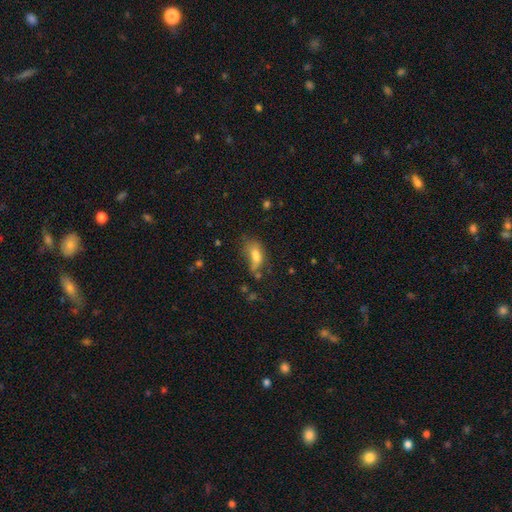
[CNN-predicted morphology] Overall: smooth (68%). How rounded: in between (82%). Merging: none (31%; major disturbance 29%).